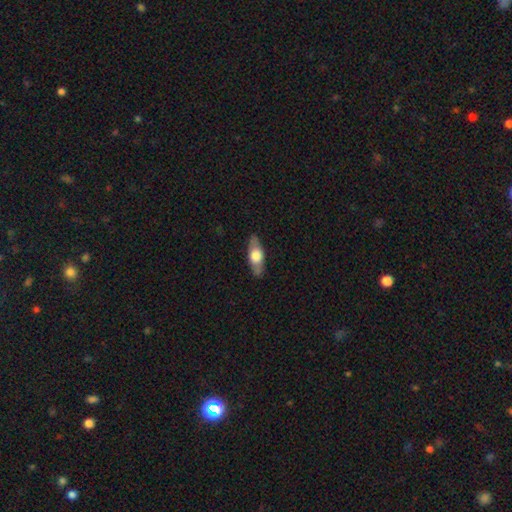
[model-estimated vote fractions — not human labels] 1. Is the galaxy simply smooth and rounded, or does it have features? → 53% smooth, 42% featured or disk, 6% star or artifact.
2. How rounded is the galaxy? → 67% in between, 29% cigar-shaped, 4% round.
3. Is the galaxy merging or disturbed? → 84% none, 12% minor disturbance, 3% major disturbance, 1% merger.